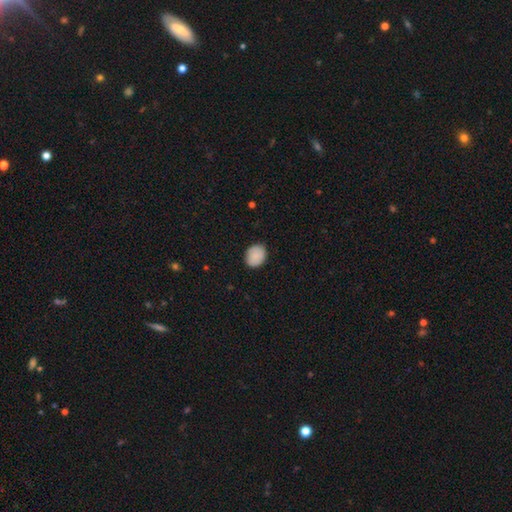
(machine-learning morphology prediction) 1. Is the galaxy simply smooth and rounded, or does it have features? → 85% smooth, 8% featured or disk, 7% star or artifact.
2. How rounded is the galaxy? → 51% round, 48% in between, 1% cigar-shaped.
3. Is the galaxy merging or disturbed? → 86% none, 11% minor disturbance, 2% major disturbance, 1% merger.